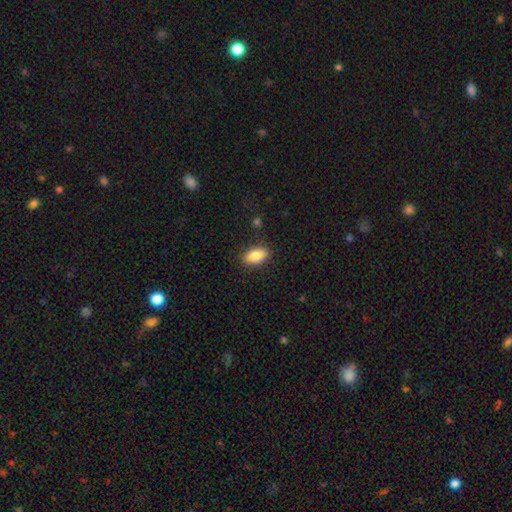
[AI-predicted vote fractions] Overall: smooth (84%). How rounded: in between (89%). Merging: none (86%).